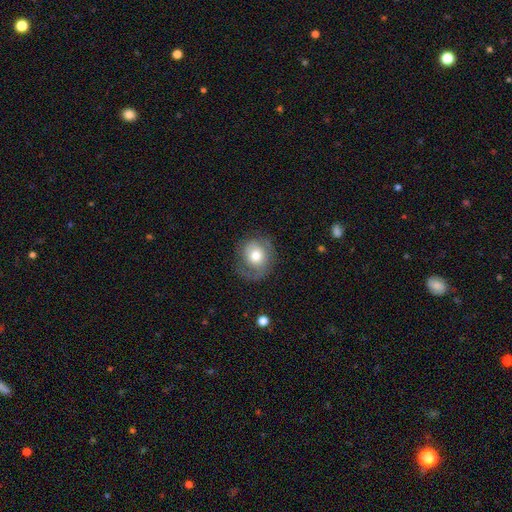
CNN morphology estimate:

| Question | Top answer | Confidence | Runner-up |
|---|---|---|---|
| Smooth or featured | smooth | 50% | featured or disk (42%) |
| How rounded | round | 70% | in between (29%) |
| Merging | none | 58% | minor disturbance (23%) |